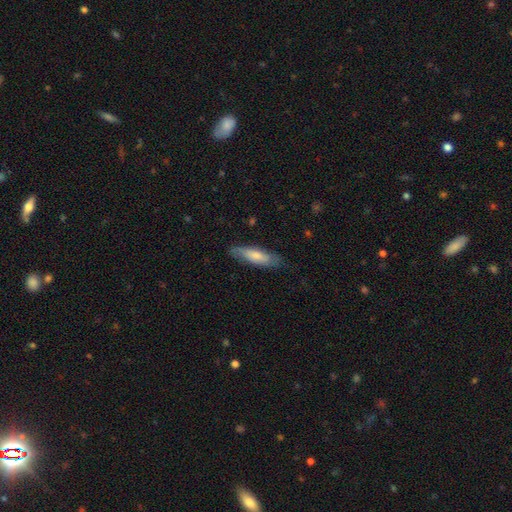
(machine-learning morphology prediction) Overall: smooth (69%). How rounded: cigar-shaped (63%; in between 36%). Merging: none (77%).